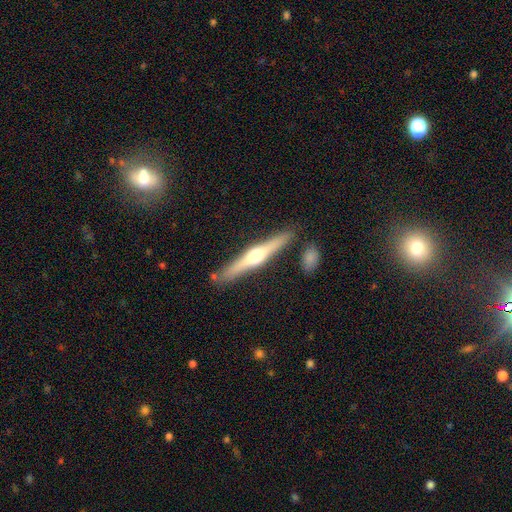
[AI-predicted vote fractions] Smooth or featured? Predicted: featured or disk (p=0.69). Edge-on disk? Predicted: yes (p=0.97). Edge-on bulge? Predicted: rounded (p=0.93). Merging? Predicted: none (p=0.83).